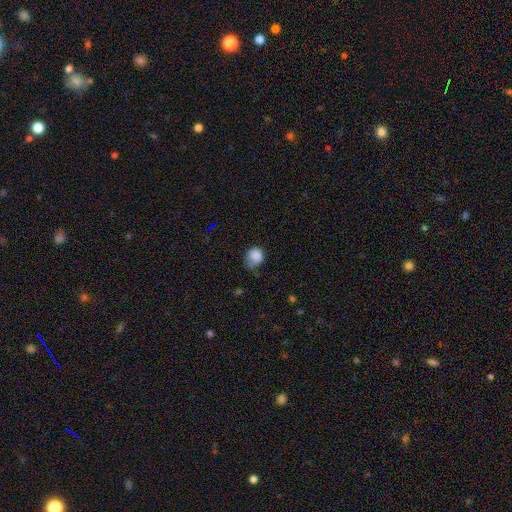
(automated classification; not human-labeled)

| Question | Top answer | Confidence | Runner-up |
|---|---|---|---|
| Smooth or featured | smooth | 84% | star or artifact (9%) |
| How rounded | round | 68% | in between (31%) |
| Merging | minor disturbance | 41% | none (37%) |